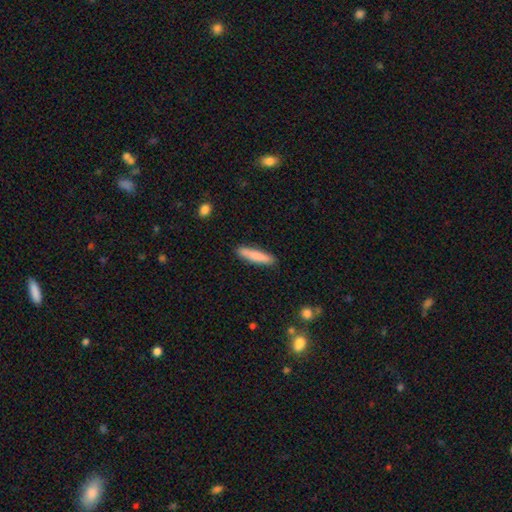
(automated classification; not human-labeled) This is clearly a smooth galaxy (82%). How rounded: clearly cigar-shaped (87%). Merging: clearly none (86%).